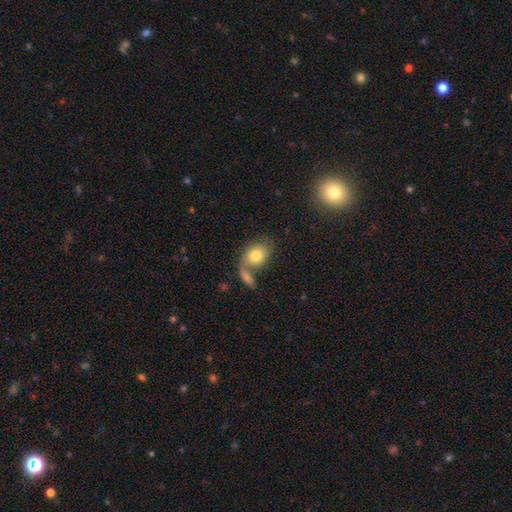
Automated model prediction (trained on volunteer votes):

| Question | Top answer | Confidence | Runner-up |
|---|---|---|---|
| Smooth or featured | smooth | 74% | featured or disk (19%) |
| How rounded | in between | 64% | round (35%) |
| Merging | none | 40% | merger (37%) |